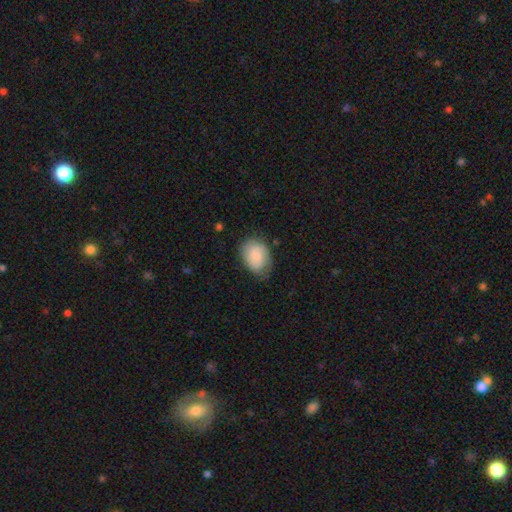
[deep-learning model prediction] smooth-or-featured: smooth: 60% | featured or disk: 33% | star or artifact: 7%
  how-rounded: in between: 71% | round: 28% | cigar-shaped: 1%
  merging: none: 66% | minor disturbance: 26% | major disturbance: 7% | merger: 1%